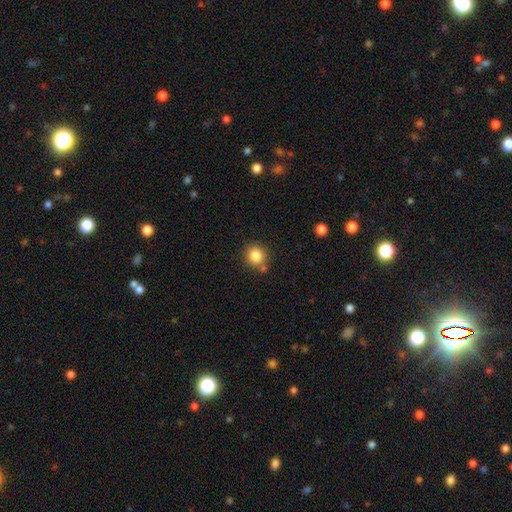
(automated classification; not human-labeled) Smooth or featured: smooth — 84% (star or artifact — 10%)
How rounded: round — 88% (in between — 11%)
Merging: none — 75% (minor disturbance — 12%)